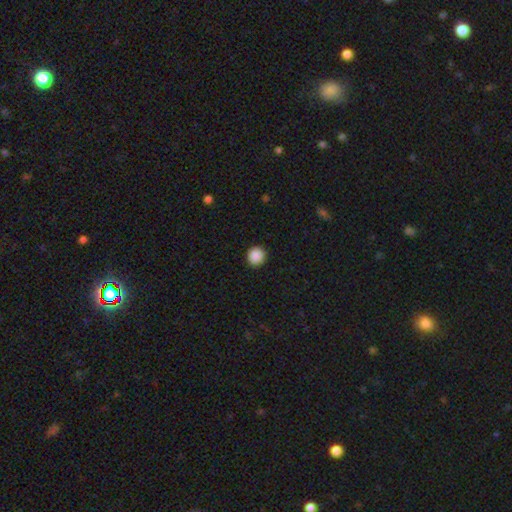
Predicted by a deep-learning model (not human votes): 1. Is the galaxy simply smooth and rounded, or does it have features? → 89% smooth, 9% star or artifact, 2% featured or disk.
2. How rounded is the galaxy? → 92% round, 7% in between, 1% cigar-shaped.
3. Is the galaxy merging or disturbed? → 93% none, 5% minor disturbance, 2% major disturbance, 1% merger.